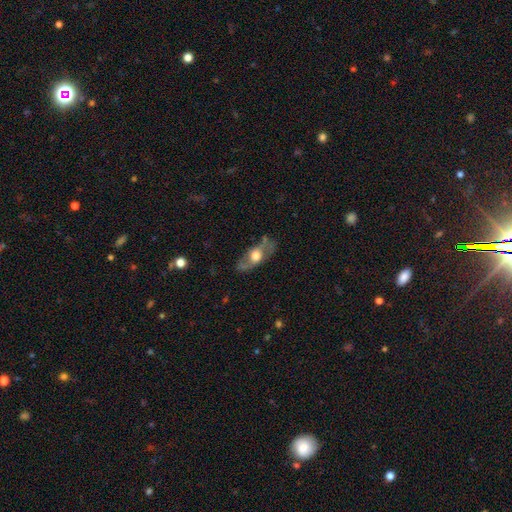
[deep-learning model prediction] featured or disk 54%, smooth 40%, star or artifact 6%. Down the decision tree: edge-on disk — no (67%); merging — none (70%).